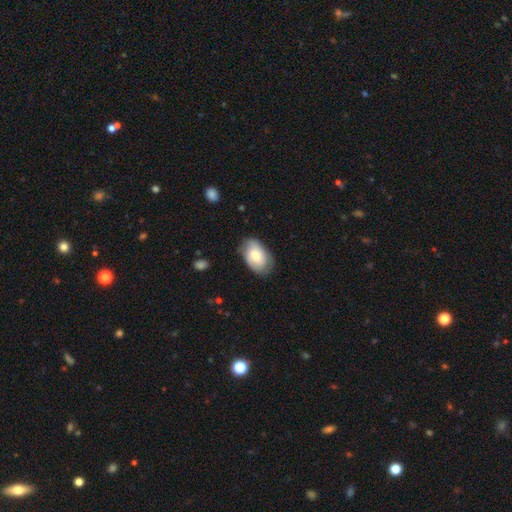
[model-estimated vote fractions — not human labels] The model was most divided on "smooth or featured": smooth: 71%, featured or disk: 23%, star or artifact: 6%. More confident: how rounded — in between (92%); merging — none (75%).